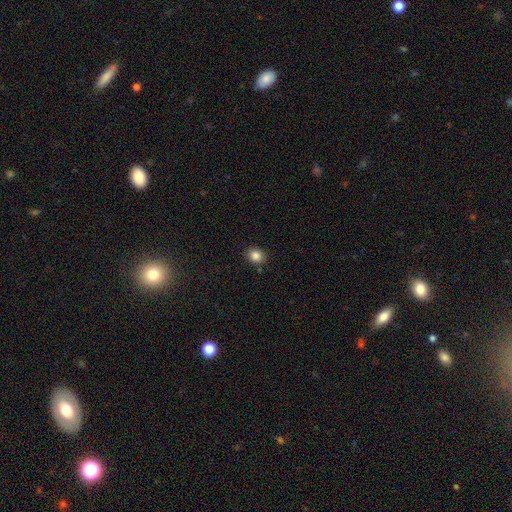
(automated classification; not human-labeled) Overall: smooth (84%). How rounded: round (63%; in between 36%). Merging: none (87%).